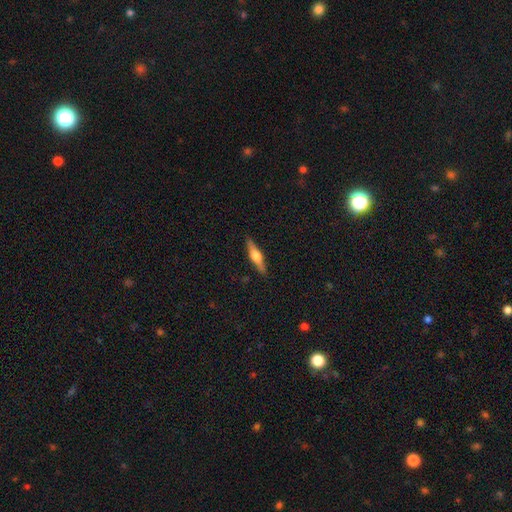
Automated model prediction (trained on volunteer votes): This is likely a featured or disk galaxy (63%). It is clearly viewed edge-on (97%). Edge-on bulge: clearly rounded (92%). Merging: clearly none (90%).